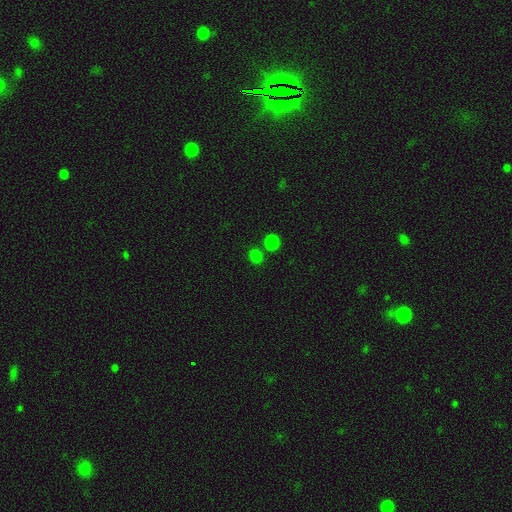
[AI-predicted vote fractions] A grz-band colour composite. It shows a smooth galaxy with no disk features (79%) that is round (71%). Merging: none (75%).